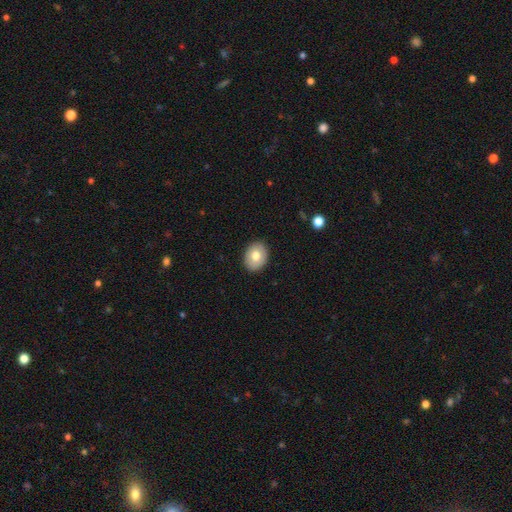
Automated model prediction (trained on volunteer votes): Q: Smooth or featured?
A: smooth (72%); runner-up: featured or disk (21%)
Q: How rounded?
A: in between (58%); runner-up: round (41%)
Q: Merging?
A: none (90%); runner-up: minor disturbance (8%)